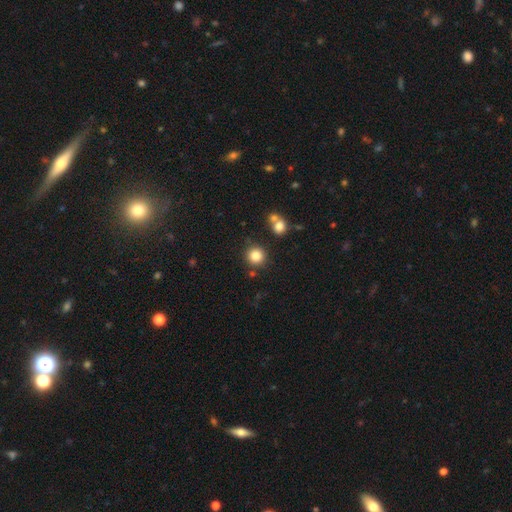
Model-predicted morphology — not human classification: This appears to be a smooth galaxy with no disk features (83%) that is round (93%). Merging: none (83%).